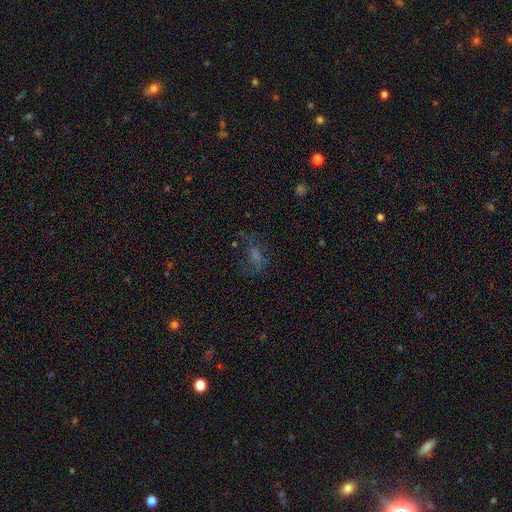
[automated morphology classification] Smooth or featured? Predicted: smooth (p=0.46). Merging? Predicted: none (p=0.46).